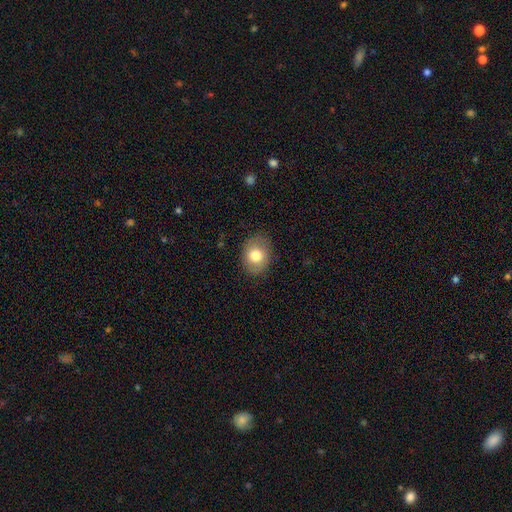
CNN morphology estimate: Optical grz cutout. It shows a smooth galaxy with no disk features (77%) that is in between round and cigar-shaped (52%). Merging: none (84%).